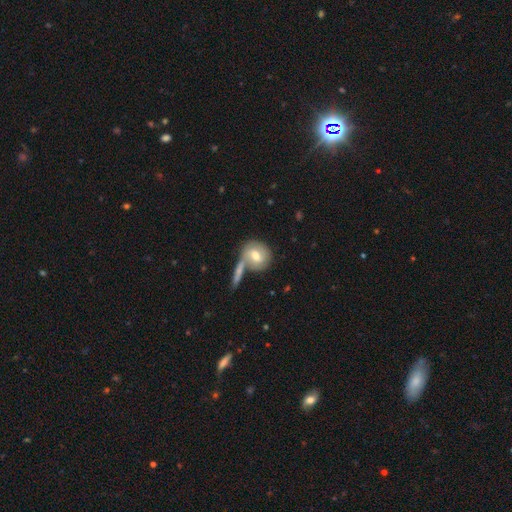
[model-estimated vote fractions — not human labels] The model was most divided on "merging": none: 48%, merger: 32%, minor disturbance: 14%, major disturbance: 6%. More confident: how rounded — round (76%); smooth or featured — smooth (57%).